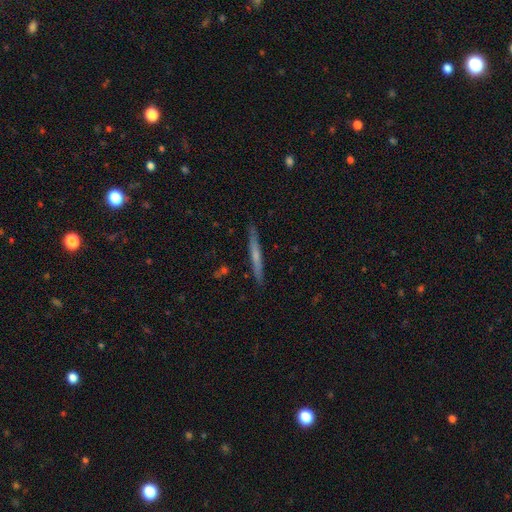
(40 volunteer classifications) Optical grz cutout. It shows a featured or disk galaxy (55%) viewed edge-on (100%) with no central bulge (77%). Merging: none (80%).